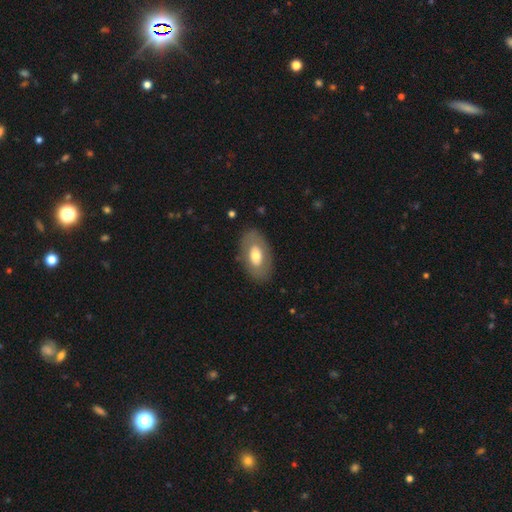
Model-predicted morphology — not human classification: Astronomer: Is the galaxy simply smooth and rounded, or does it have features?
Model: smooth — 57% (runner-up: featured or disk, 37%).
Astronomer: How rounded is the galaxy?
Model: in between — 91%.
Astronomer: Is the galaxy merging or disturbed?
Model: none — 82%.